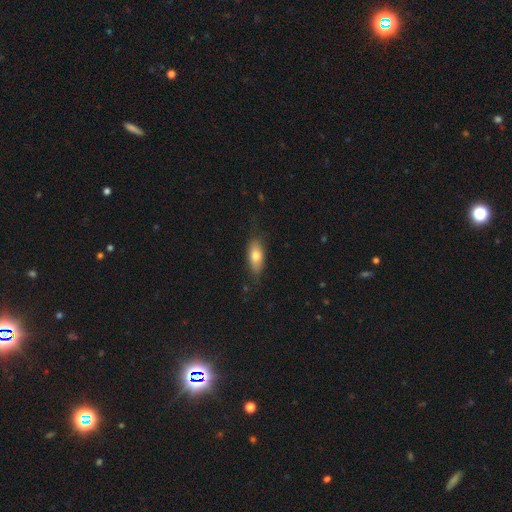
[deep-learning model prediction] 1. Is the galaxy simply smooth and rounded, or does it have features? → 74% smooth, 19% featured or disk, 7% star or artifact.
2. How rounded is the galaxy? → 81% in between, 15% cigar-shaped, 4% round.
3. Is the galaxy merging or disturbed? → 76% none, 19% minor disturbance, 4% major disturbance, 1% merger.